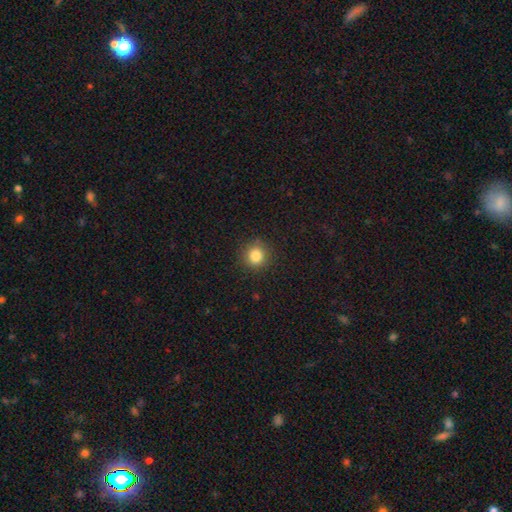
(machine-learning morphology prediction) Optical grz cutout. It shows a smooth galaxy with no disk features (84%) that is round (92%). Merging: none (90%).